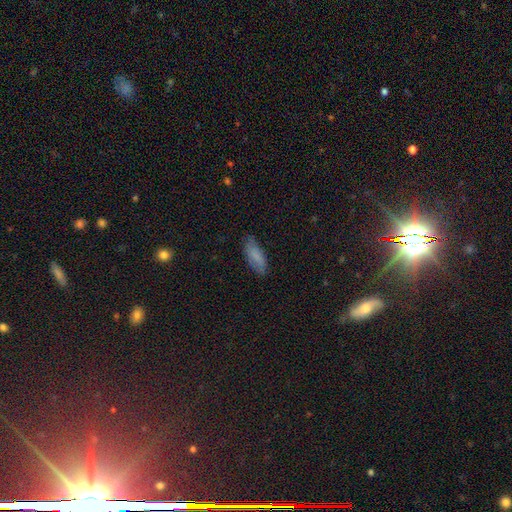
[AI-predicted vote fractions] The model was most divided on "how rounded": in between: 70%, cigar-shaped: 28%, round: 2%. More confident: smooth or featured — smooth (78%); merging — none (74%).